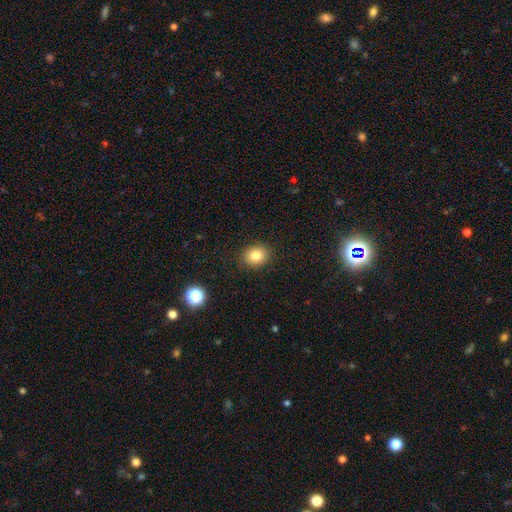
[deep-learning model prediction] Q: Smooth or featured?
A: smooth (82%); runner-up: star or artifact (11%)
Q: How rounded?
A: round (61%); runner-up: in between (38%)
Q: Merging?
A: none (88%); runner-up: minor disturbance (8%)